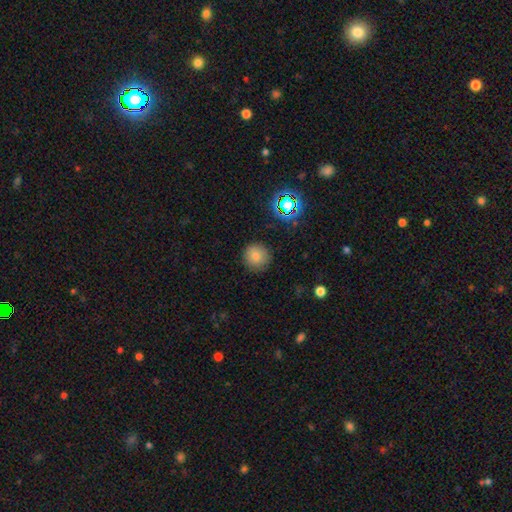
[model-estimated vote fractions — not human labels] Overall: smooth (79%). How rounded: round (92%). Merging: none (87%).